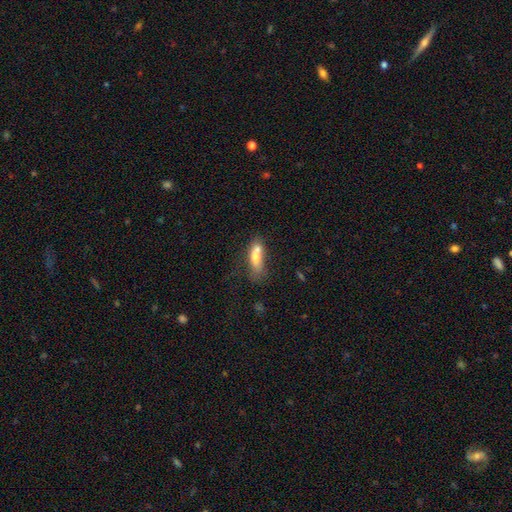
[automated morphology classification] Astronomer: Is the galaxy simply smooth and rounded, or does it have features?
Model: smooth — 66%.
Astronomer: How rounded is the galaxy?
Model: in between — 58% (runner-up: cigar-shaped, 37%).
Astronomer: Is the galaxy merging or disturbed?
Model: merger — 43% (runner-up: none, 28%).